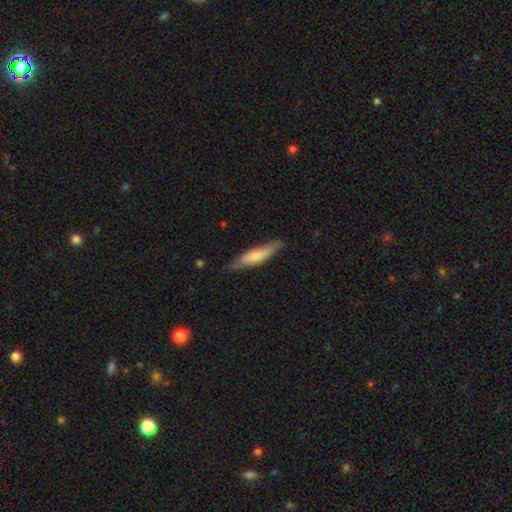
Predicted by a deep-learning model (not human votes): Smooth or featured? Predicted: smooth (p=0.61). How rounded? Predicted: cigar-shaped (p=0.78). Merging? Predicted: none (p=0.82).